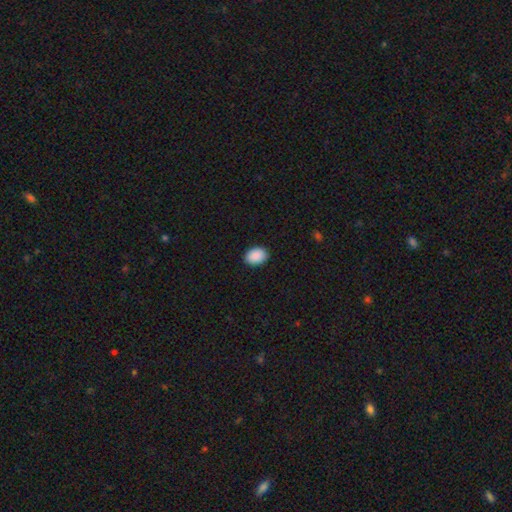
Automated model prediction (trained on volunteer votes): Smooth or featured: smooth — 91% (star or artifact — 7%)
How rounded: in between — 77% (round — 22%)
Merging: none — 90% (minor disturbance — 7%)